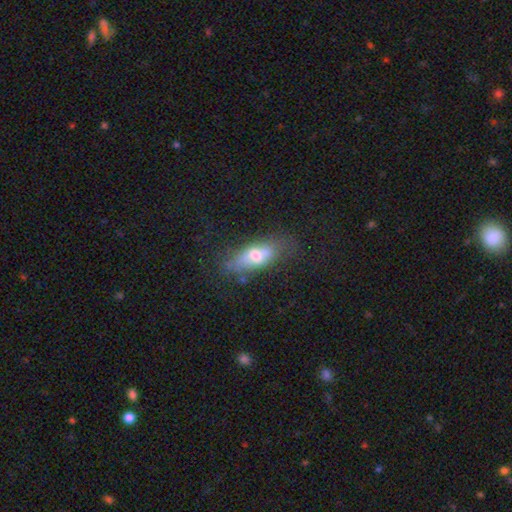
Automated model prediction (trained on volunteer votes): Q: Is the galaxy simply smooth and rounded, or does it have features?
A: smooth — 54%.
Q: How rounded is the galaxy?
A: in between — 72%.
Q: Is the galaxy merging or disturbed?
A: none — 60%.